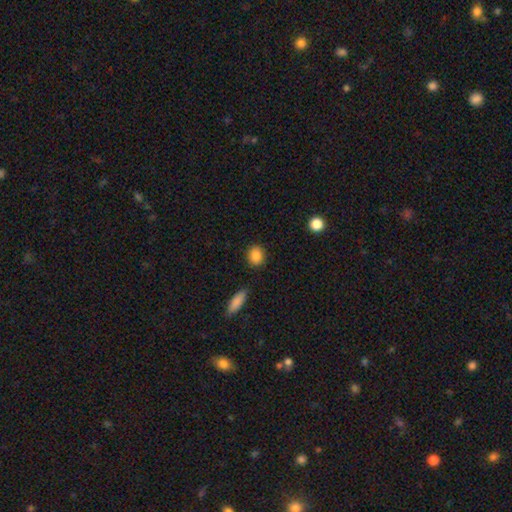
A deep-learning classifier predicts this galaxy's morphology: A smooth galaxy with no disk features (88%) that is round (61%). Merging: none (88%).